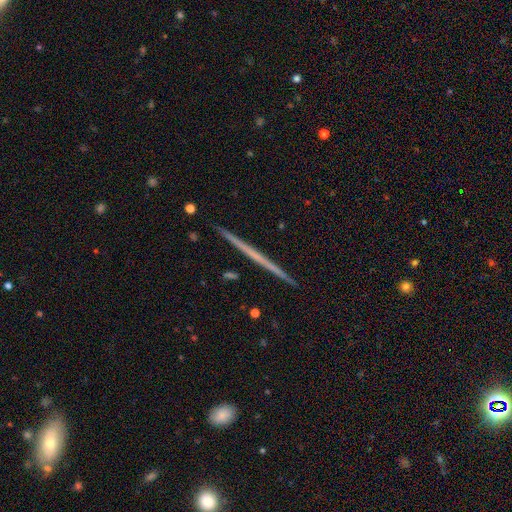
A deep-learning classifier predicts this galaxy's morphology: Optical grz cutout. It shows a featured or disk galaxy (66%) viewed edge-on (98%) with no central bulge (85%). Merging: none (93%).